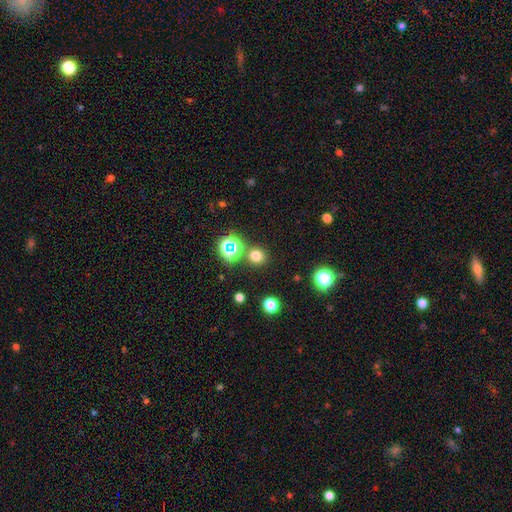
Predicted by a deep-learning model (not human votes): Smooth or featured? Predicted: smooth (p=0.70). How rounded? Predicted: round (p=0.90). Merging? Predicted: none (p=0.82).